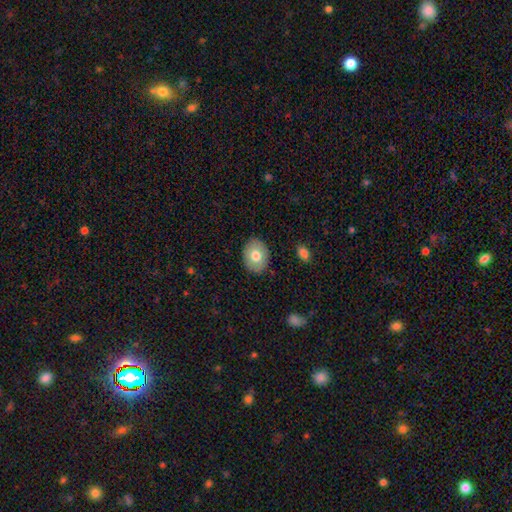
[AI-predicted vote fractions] Q: Smooth or featured?
A: smooth (74%); runner-up: featured or disk (19%)
Q: How rounded?
A: in between (65%); runner-up: round (34%)
Q: Merging?
A: none (88%); runner-up: minor disturbance (9%)